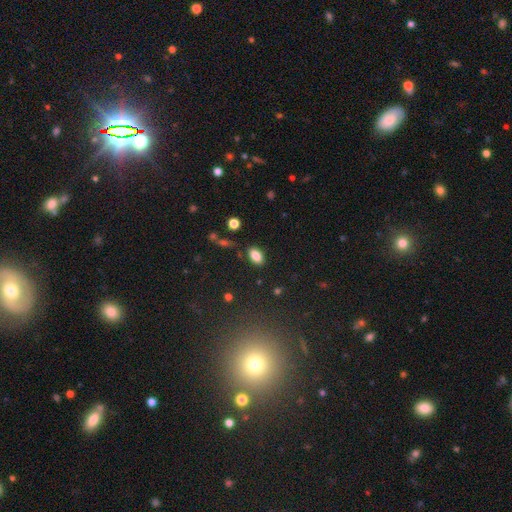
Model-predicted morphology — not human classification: smooth_or_featured: smooth (p=0.84) [alt: star or artifact p=0.09]
how_rounded: in between (p=0.91) [alt: round p=0.06]
merging: none (p=0.82) [alt: minor disturbance p=0.12]